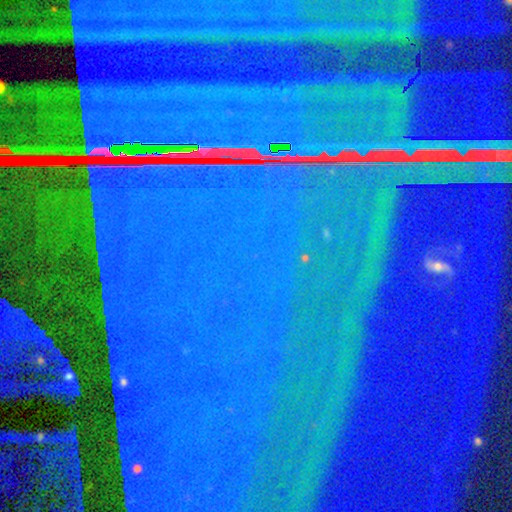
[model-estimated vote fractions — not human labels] smooth-or-featured: star or artifact: 88% | featured or disk: 7% | smooth: 5%